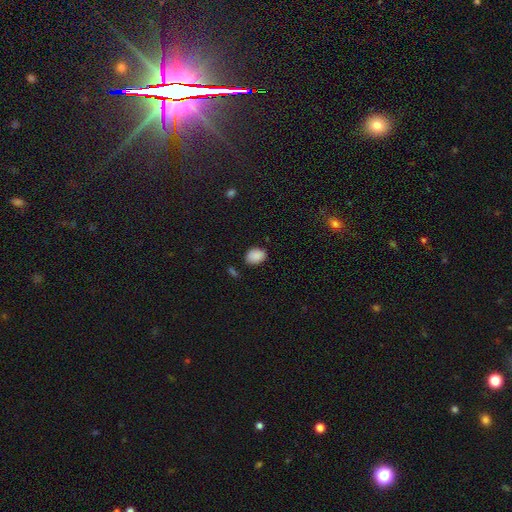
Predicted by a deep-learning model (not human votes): This is clearly a smooth galaxy (88%). How rounded: likely in between (76%). Merging: likely none (79%).